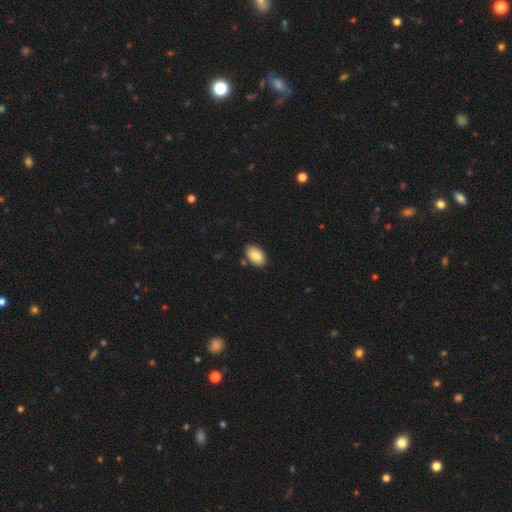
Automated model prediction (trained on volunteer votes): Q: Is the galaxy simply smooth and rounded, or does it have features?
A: smooth — 89%.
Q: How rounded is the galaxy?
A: in between — 92%.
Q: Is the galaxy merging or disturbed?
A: none — 84%.